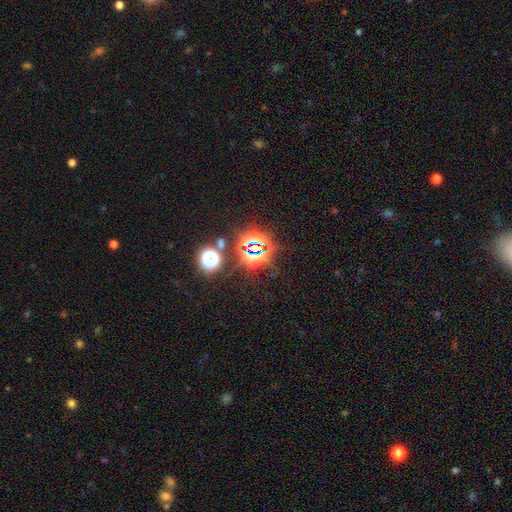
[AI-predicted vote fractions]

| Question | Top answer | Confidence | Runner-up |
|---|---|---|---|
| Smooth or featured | star or artifact | 78% | smooth (14%) |